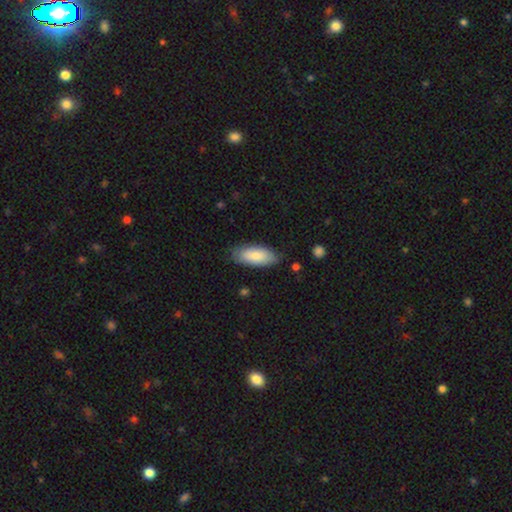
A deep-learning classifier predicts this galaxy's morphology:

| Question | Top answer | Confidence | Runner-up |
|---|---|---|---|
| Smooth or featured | smooth | 83% | featured or disk (12%) |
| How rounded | in between | 84% | cigar-shaped (14%) |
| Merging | none | 80% | minor disturbance (16%) |